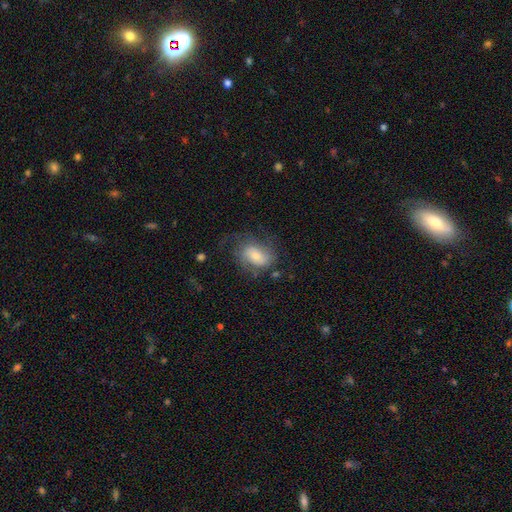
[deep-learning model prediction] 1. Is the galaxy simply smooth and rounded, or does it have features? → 53% smooth, 39% featured or disk, 8% star or artifact.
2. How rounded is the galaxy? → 79% in between, 20% round, 2% cigar-shaped.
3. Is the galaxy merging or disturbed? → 48% none, 25% minor disturbance, 24% major disturbance, 3% merger.